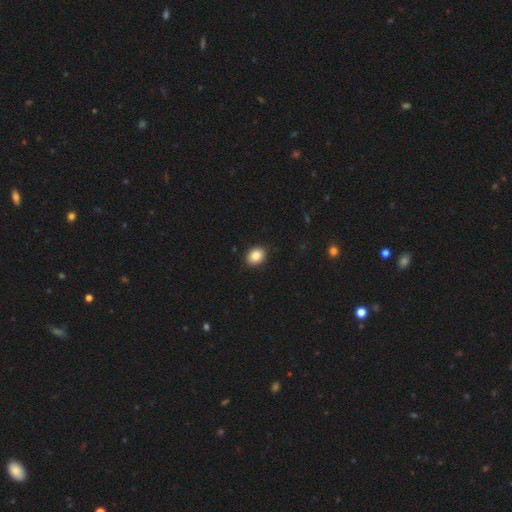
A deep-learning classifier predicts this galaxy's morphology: Smooth or featured?
  - smooth: 86% *
  - star or artifact: 9%
  - featured or disk: 5%
How rounded?
  - in between: 57% *
  - round: 42%
  - cigar-shaped: 1%
Merging?
  - none: 90% *
  - minor disturbance: 7%
  - major disturbance: 2%
  - merger: 1%